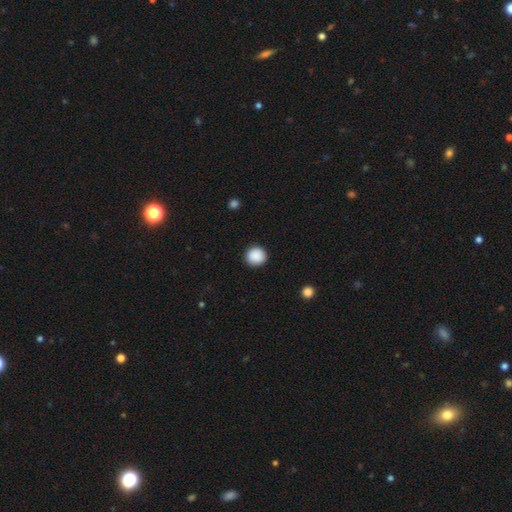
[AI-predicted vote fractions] smooth 89%, star or artifact 8%, featured or disk 3%. Down the decision tree: how rounded — round (93%); merging — none (91%).